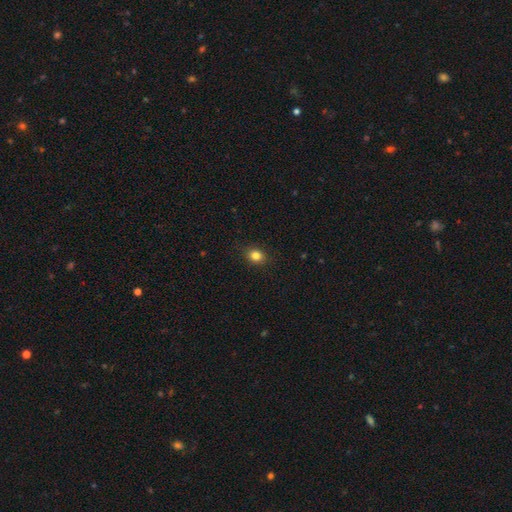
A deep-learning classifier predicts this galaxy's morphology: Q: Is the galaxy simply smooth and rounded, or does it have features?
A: smooth — 83%.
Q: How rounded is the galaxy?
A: round — 60%.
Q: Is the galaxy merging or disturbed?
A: none — 88%.